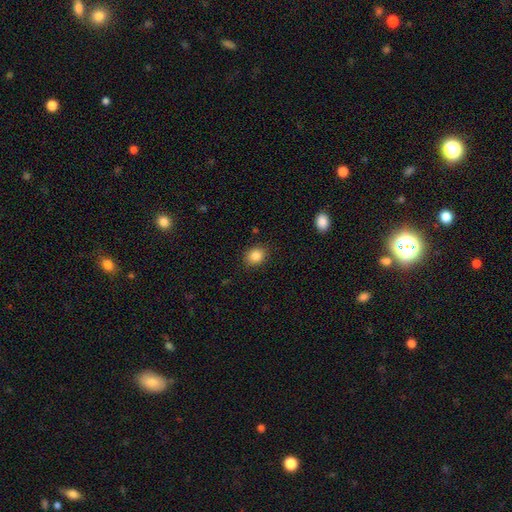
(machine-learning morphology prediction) smooth-or-featured: smooth: 85% | star or artifact: 10% | featured or disk: 5%
  how-rounded: round: 67% | in between: 32% | cigar-shaped: 1%
  merging: none: 87% | minor disturbance: 9% | major disturbance: 2% | merger: 1%